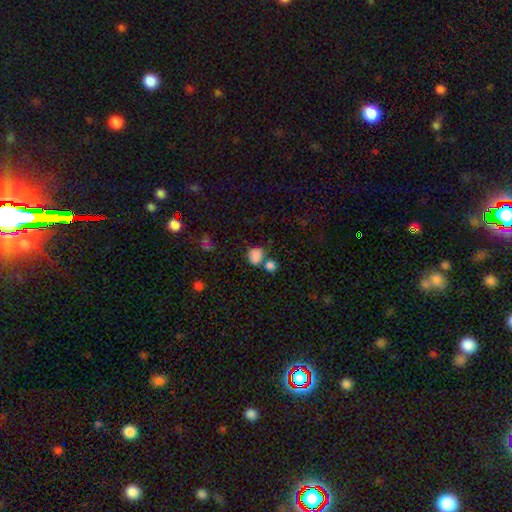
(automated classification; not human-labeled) Overall: smooth (82%). How rounded: round (63%; in between 36%). Merging: none (54%; merger 26%).